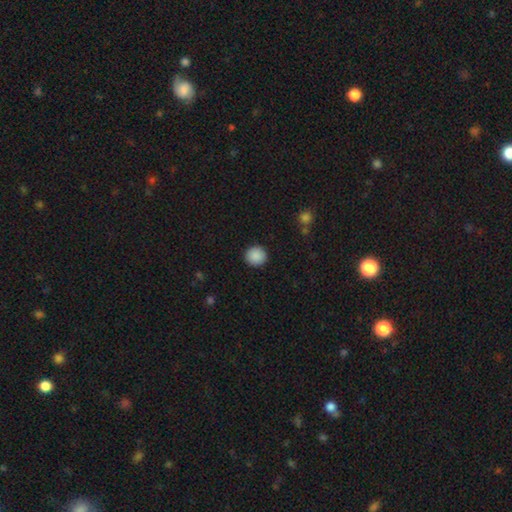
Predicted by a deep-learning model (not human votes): Q: Smooth or featured?
A: smooth (90%); runner-up: star or artifact (8%)
Q: How rounded?
A: round (92%); runner-up: in between (7%)
Q: Merging?
A: none (92%); runner-up: minor disturbance (5%)